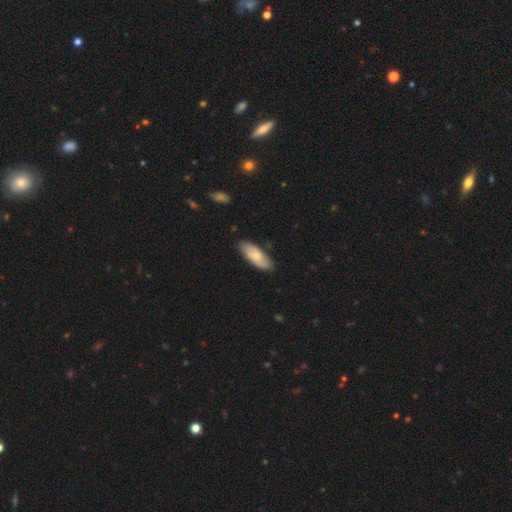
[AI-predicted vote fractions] A smooth galaxy with no disk features (63%) that is in between round and cigar-shaped (77%). Merging: none (82%).